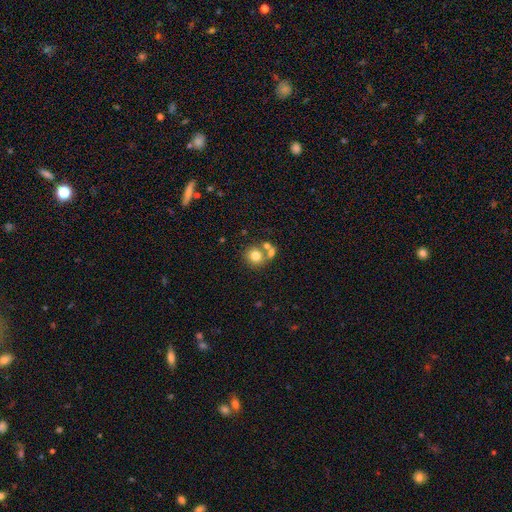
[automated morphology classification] smooth-or-featured: smooth: 75% | featured or disk: 13% | star or artifact: 11%
  how-rounded: round: 86% | in between: 14% | cigar-shaped: 1%
  merging: none: 54% | merger: 33% | minor disturbance: 9% | major disturbance: 4%